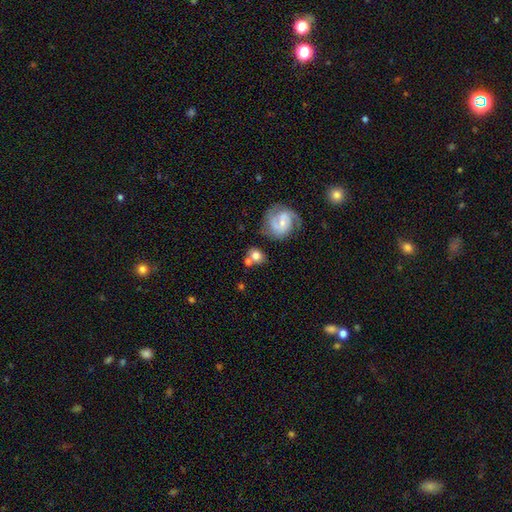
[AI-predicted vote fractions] A smooth galaxy with no disk features (66%) that is round (72%).

Vote fractions:
- Smooth or featured? smooth: 66% / featured or disk: 26% / star or artifact: 8%
- How rounded? round: 72% / in between: 27% / cigar-shaped: 1%
- Merging? none: 58% / merger: 21% / minor disturbance: 14% / major disturbance: 6%